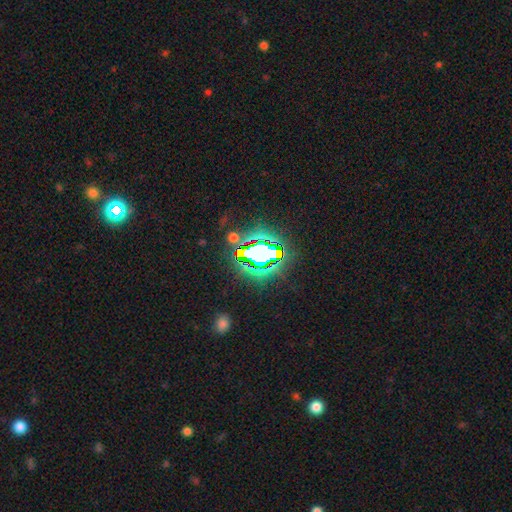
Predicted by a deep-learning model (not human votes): Smooth or featured? star or artifact (76%)